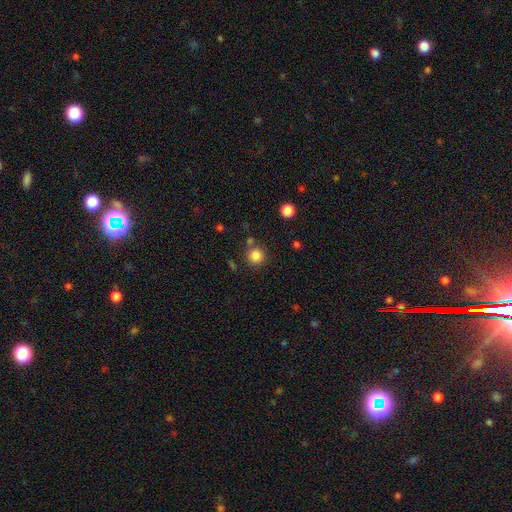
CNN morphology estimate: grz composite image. It shows a smooth galaxy with no disk features (84%) that is round (94%). Merging: none (79%).